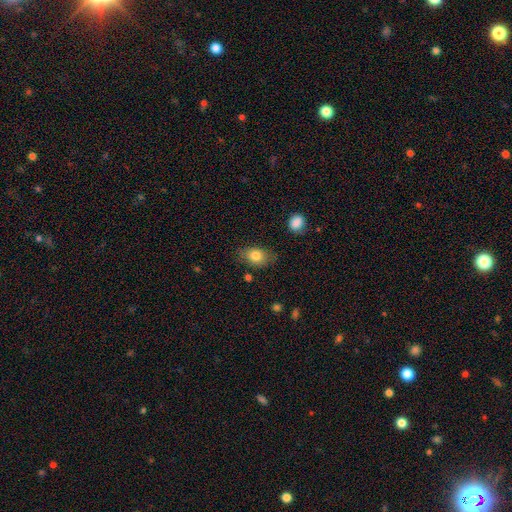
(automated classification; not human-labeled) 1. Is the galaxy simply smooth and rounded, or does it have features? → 81% smooth, 10% featured or disk, 9% star or artifact.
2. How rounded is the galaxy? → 74% in between, 24% round, 2% cigar-shaped.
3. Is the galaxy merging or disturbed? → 76% none, 17% minor disturbance, 4% major disturbance, 2% merger.